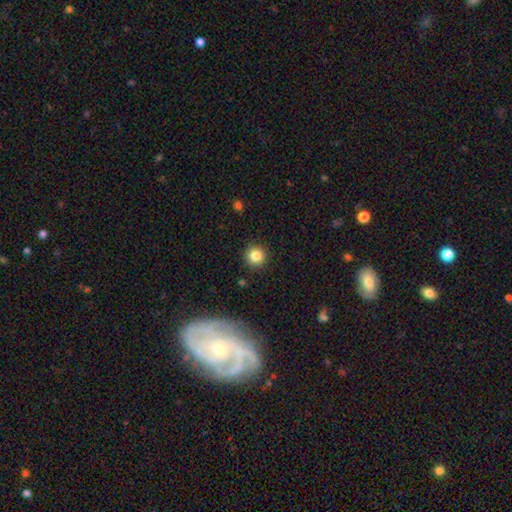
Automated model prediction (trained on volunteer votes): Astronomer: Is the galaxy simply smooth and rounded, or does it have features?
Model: smooth — 83%.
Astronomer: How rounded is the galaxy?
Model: round — 95%.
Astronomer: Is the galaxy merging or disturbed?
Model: none — 91%.